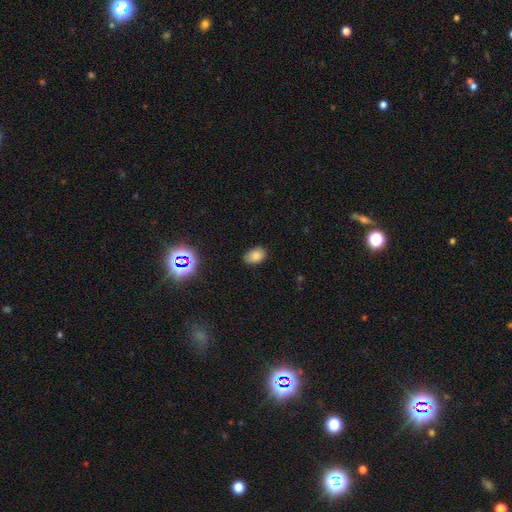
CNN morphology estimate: This is clearly a smooth galaxy (81%). How rounded: clearly in between (84%). Merging: likely none (77%).